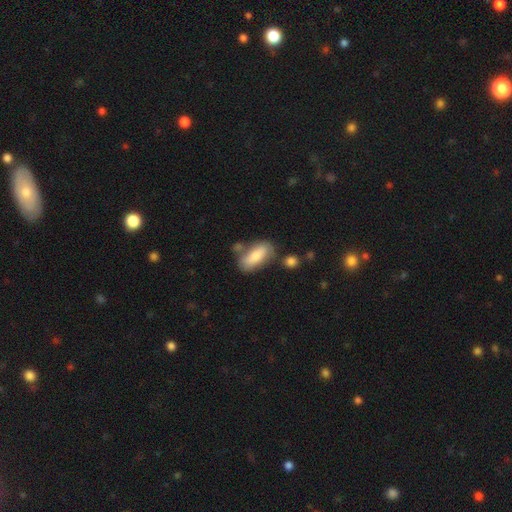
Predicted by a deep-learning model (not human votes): Smooth or featured?
  - smooth: 71% *
  - featured or disk: 23%
  - star or artifact: 6%
How rounded?
  - in between: 83% *
  - cigar-shaped: 14%
  - round: 3%
Merging?
  - none: 62% *
  - minor disturbance: 20%
  - merger: 13%
  - major disturbance: 6%